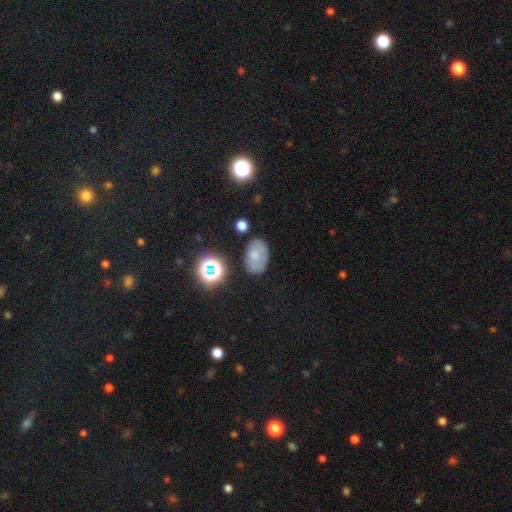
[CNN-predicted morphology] smooth-or-featured: smooth: 65% | featured or disk: 21% | star or artifact: 14%
  how-rounded: in between: 83% | round: 16% | cigar-shaped: 1%
  merging: none: 64% | minor disturbance: 24% | major disturbance: 8% | merger: 5%